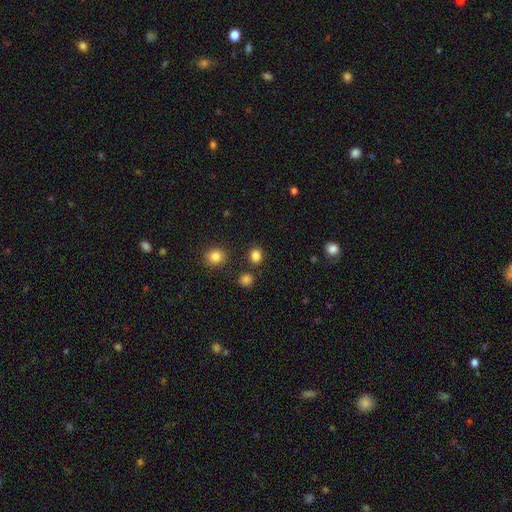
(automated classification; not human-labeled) A smooth galaxy with no disk features (84%) that is round (74%).

Vote fractions:
- Smooth or featured? smooth: 84% / star or artifact: 13% / featured or disk: 4%
- How rounded? round: 74% / in between: 25% / cigar-shaped: 1%
- Merging? none: 83% / minor disturbance: 8% / merger: 6% / major disturbance: 3%